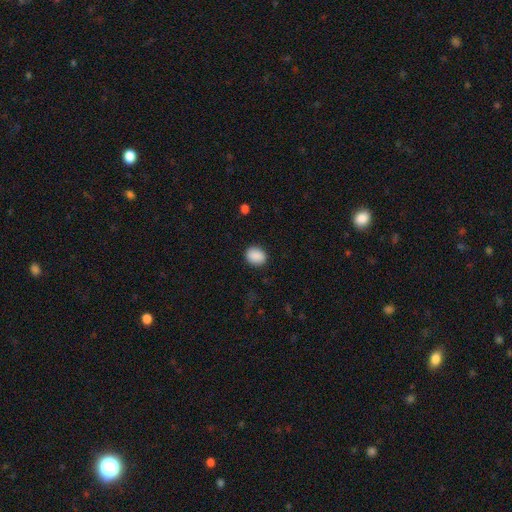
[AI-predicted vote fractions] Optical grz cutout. It shows a smooth galaxy with no disk features (89%) that is round (51%). Merging: none (88%).